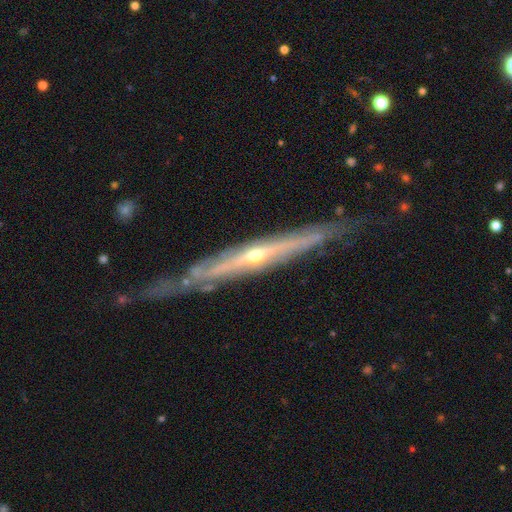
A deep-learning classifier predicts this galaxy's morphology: This is clearly a featured or disk galaxy (80%). It is clearly viewed edge-on (87%). Edge-on bulge: likely rounded (70%). Merging: likely none (73%).